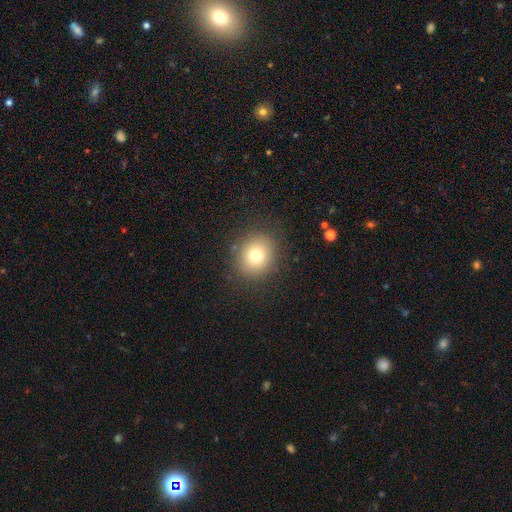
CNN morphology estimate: Smooth or featured? smooth (76%)
How rounded? round (79%)
Merging? none (86%)